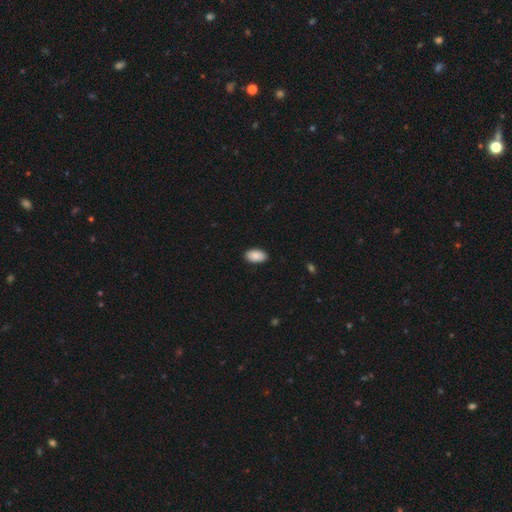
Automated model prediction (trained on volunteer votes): Smooth or featured?
  - smooth: 90% *
  - star or artifact: 7%
  - featured or disk: 3%
How rounded?
  - in between: 95% *
  - round: 4%
  - cigar-shaped: 2%
Merging?
  - none: 89% *
  - minor disturbance: 9%
  - major disturbance: 2%
  - merger: 1%